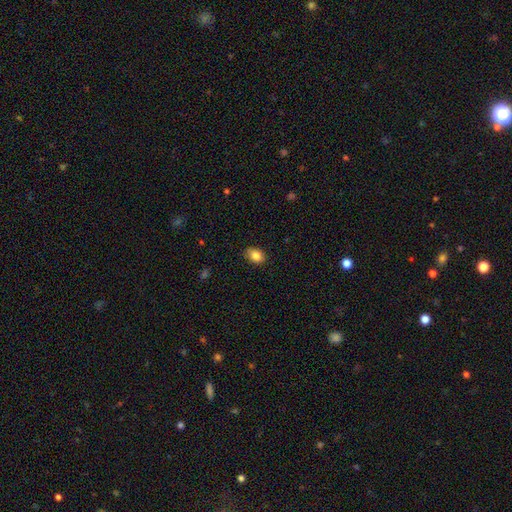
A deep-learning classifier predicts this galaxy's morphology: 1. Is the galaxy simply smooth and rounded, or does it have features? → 85% smooth, 9% star or artifact, 7% featured or disk.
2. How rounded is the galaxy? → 70% in between, 29% round, 1% cigar-shaped.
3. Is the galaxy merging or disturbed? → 85% none, 12% minor disturbance, 2% major disturbance, 1% merger.